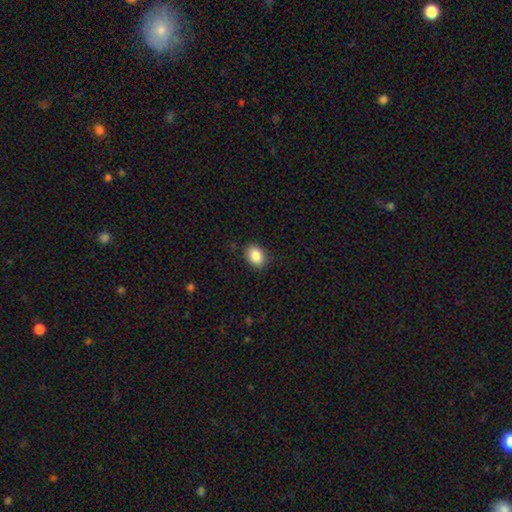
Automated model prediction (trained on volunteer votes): This is clearly a smooth galaxy (86%). How rounded: likely in between (68%). Merging: clearly none (86%).